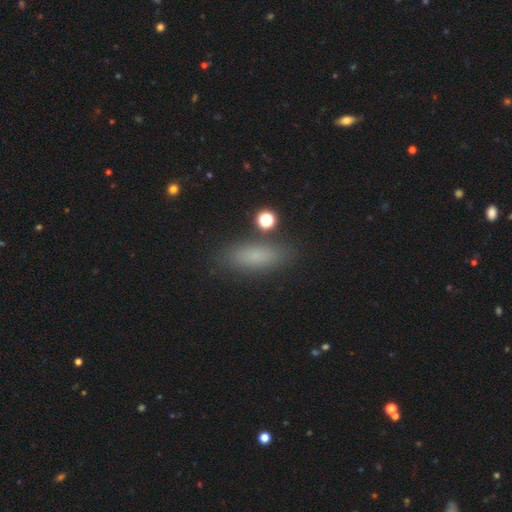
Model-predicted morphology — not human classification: Smooth or featured? Predicted: smooth (p=0.76). How rounded? Predicted: in between (p=0.55). Merging? Predicted: none (p=0.82).